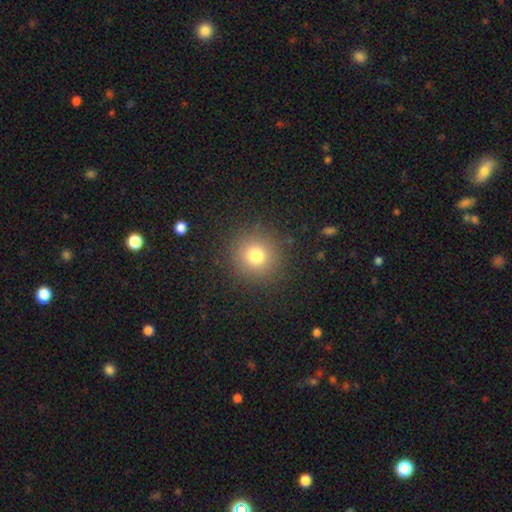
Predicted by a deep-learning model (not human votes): smooth 76%, star or artifact 15%, featured or disk 9%. Down the decision tree: how rounded — round (94%); merging — none (90%).